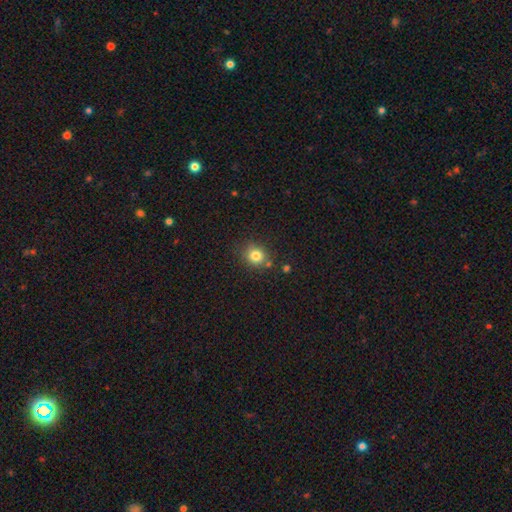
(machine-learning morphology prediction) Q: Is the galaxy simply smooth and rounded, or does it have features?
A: smooth — 81%.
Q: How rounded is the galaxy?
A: round — 82%.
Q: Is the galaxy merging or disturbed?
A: none — 78%.